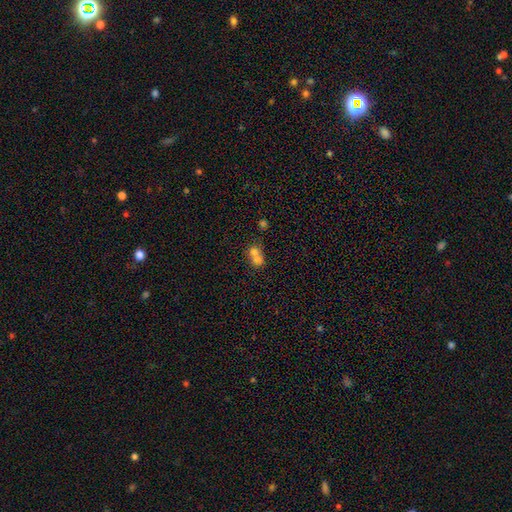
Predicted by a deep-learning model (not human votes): Smooth or featured? smooth (68%)
How rounded? round (72%)
Merging? merger (71%)